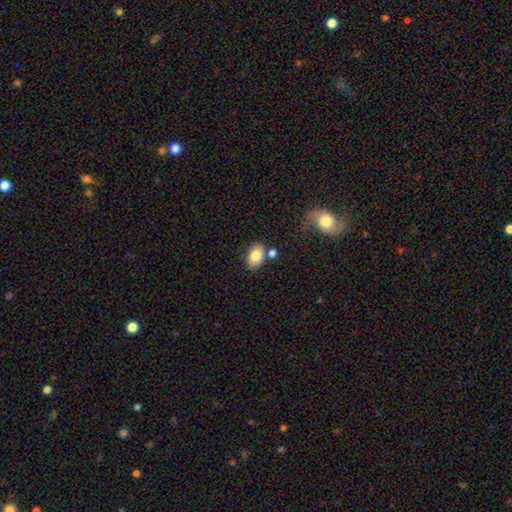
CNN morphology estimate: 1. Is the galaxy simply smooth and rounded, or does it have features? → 80% smooth, 12% featured or disk, 8% star or artifact.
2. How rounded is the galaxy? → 83% in between, 15% round, 1% cigar-shaped.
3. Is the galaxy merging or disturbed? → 71% none, 13% minor disturbance, 12% merger, 4% major disturbance.